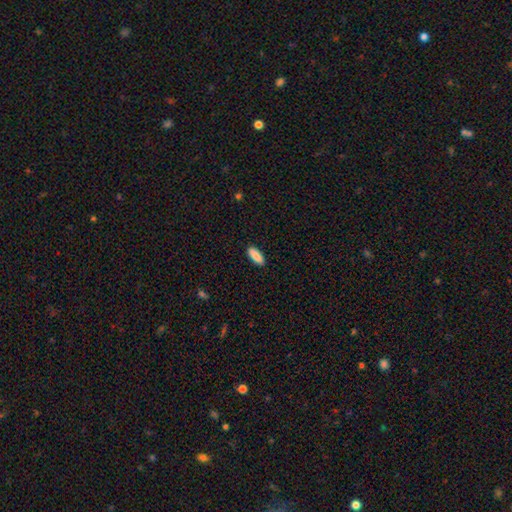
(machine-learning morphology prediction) Overall: smooth (88%). How rounded: in between (68%; cigar-shaped 30%). Merging: none (90%).